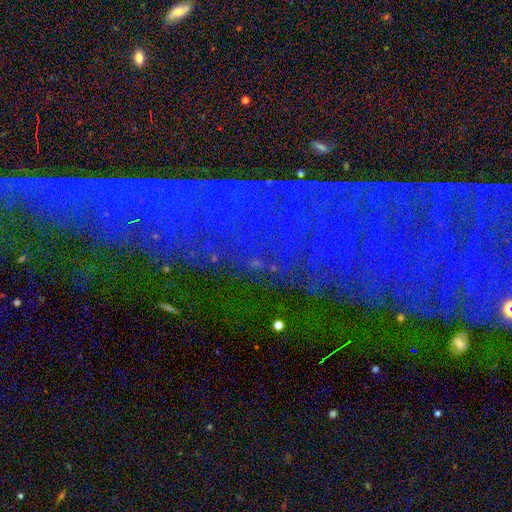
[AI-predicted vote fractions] This is likely a star or artifact rather than a galaxy (74%).